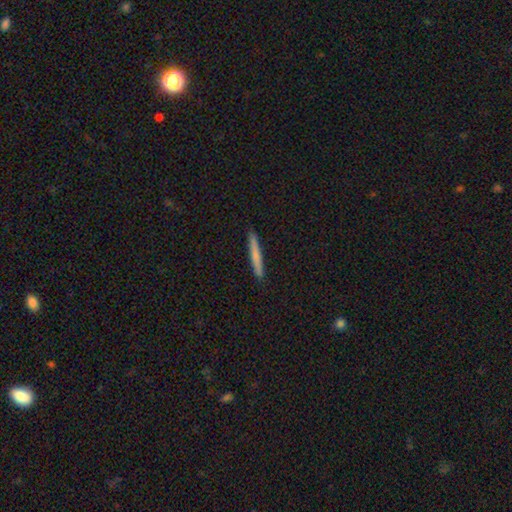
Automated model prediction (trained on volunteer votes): The model was most divided on "smooth or featured": smooth: 70%, featured or disk: 24%, star or artifact: 6%. More confident: how rounded — cigar-shaped (96%); merging — none (91%).